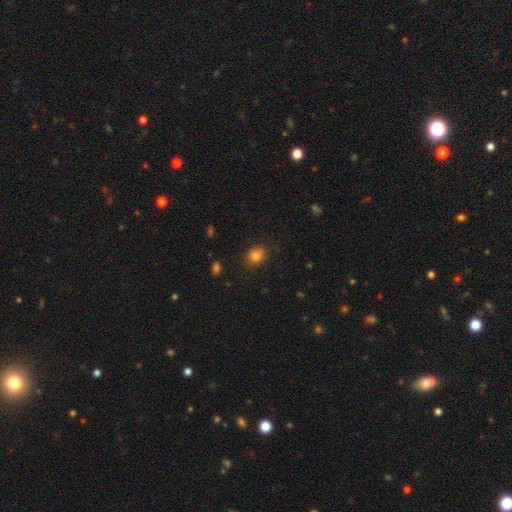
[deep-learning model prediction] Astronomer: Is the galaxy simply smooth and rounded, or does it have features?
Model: smooth — 82%.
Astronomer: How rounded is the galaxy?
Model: round — 54% (runner-up: in between, 45%).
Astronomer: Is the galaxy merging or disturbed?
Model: none — 78%.